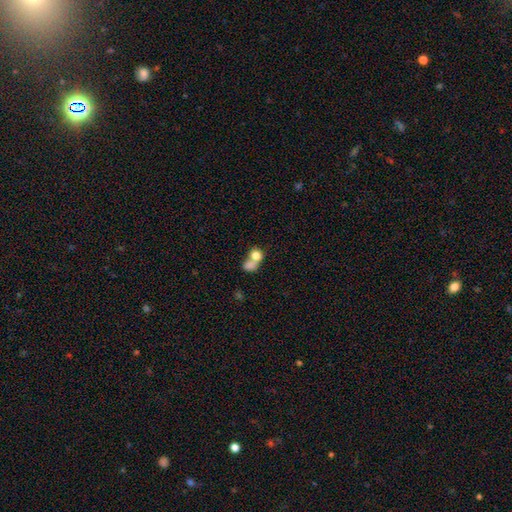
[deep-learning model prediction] This is likely a smooth galaxy (77%). How rounded: likely round (61%). Merging: likely merger (65%).